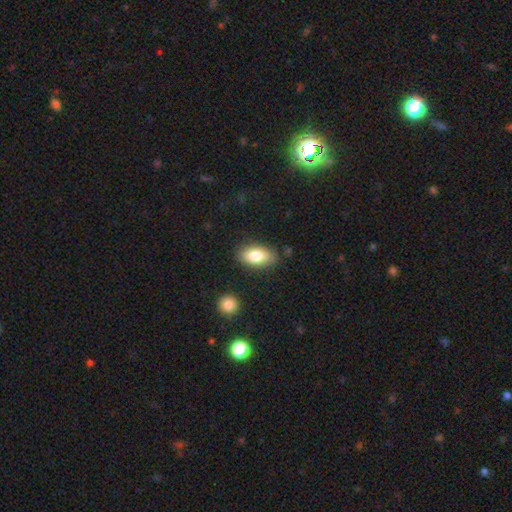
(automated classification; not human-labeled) smooth_or_featured: smooth (p=0.81) [alt: featured or disk p=0.12]
how_rounded: in between (p=0.92) [alt: round p=0.05]
merging: none (p=0.82) [alt: minor disturbance p=0.12]